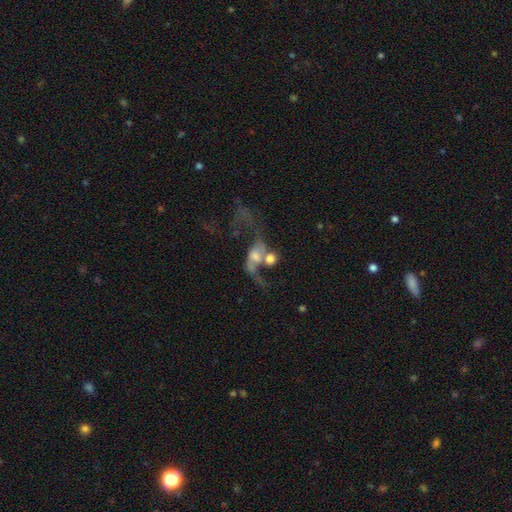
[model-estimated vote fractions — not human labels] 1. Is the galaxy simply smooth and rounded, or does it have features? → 70% featured or disk, 20% smooth, 10% star or artifact.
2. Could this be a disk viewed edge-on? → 95% no, 5% yes.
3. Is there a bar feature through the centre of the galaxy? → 57% no, 31% weak, 12% strong.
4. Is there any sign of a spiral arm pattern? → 82% yes, 18% no.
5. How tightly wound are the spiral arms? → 88% loose, 10% medium, 2% tight.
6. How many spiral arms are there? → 80% 2, 13% 1, 4% can't tell, 1% 3, 1% 4, 1% more than 4.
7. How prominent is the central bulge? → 39% moderate, 27% small, 16% large, 13% none, 4% dominant.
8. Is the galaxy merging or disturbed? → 47% merger, 23% major disturbance, 21% none, 9% minor disturbance.